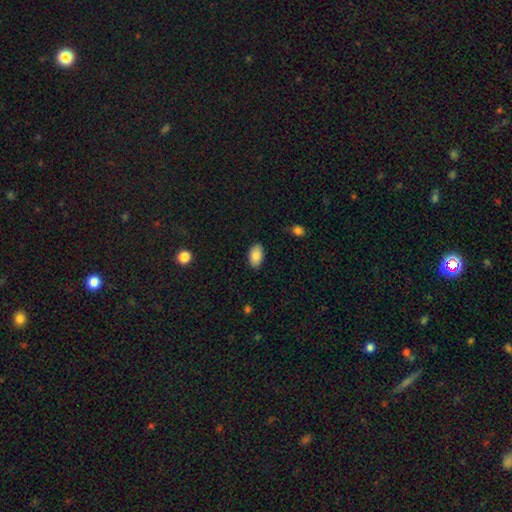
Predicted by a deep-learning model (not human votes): A smooth galaxy with no disk features (86%) that is in between round and cigar-shaped (93%).

Vote fractions:
- Smooth or featured? smooth: 86% / star or artifact: 7% / featured or disk: 7%
- How rounded? in between: 93% / round: 6% / cigar-shaped: 1%
- Merging? none: 86% / minor disturbance: 11% / major disturbance: 2% / merger: 1%